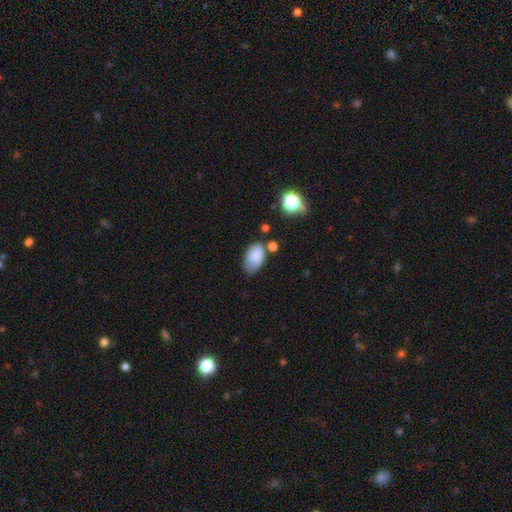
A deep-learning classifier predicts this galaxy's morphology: Overall: smooth (83%). How rounded: in between (92%). Merging: none (58%; minor disturbance 26%).